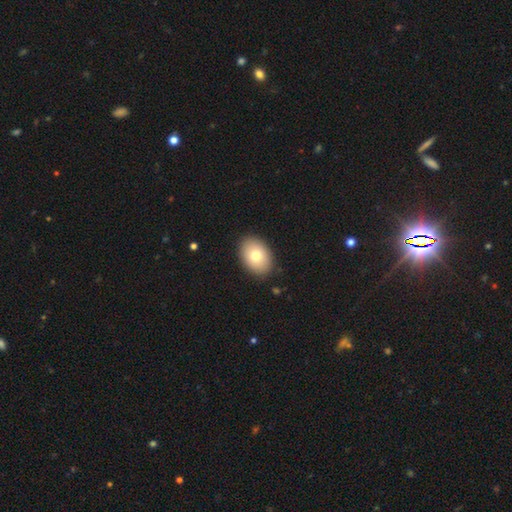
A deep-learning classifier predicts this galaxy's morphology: The model was most divided on "how rounded": in between: 80%, round: 19%, cigar-shaped: 1%. More confident: merging — none (89%); smooth or featured — smooth (77%).